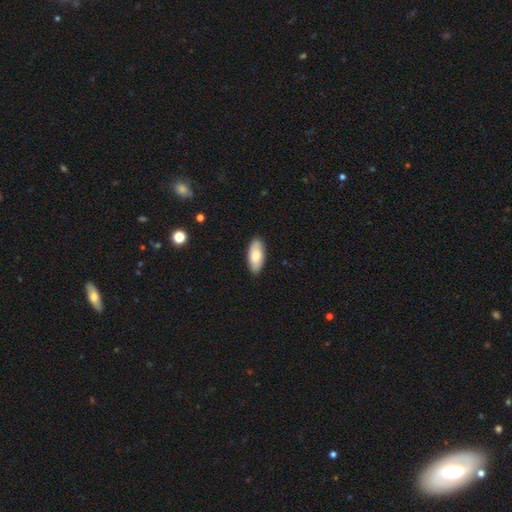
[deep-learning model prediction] Smooth or featured?
  - smooth: 80% *
  - featured or disk: 15%
  - star or artifact: 6%
How rounded?
  - in between: 87% *
  - cigar-shaped: 11%
  - round: 2%
Merging?
  - none: 87% *
  - minor disturbance: 10%
  - major disturbance: 2%
  - merger: 1%